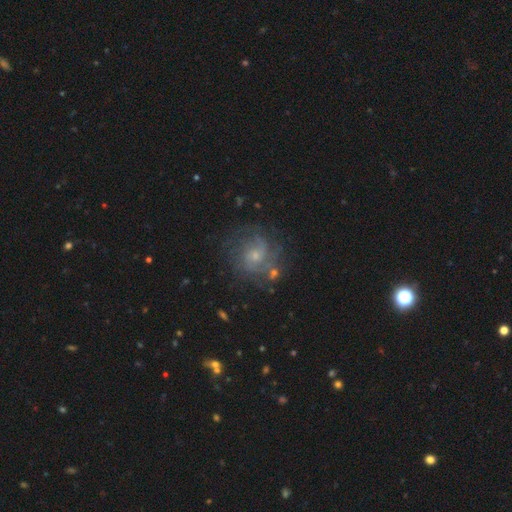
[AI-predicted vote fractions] Smooth or featured: featured or disk — 74% (smooth — 15%)
Edge-on disk: no — 98% (yes — 2%)
Bar: no — 69% (weak — 27%)
Spiral arms: yes — 90% (no — 10%)
Spiral winding: tight — 44% (medium — 41%)
Spiral arm count: can't tell — 36% (2 — 23%)
Bulge size: small — 66% (moderate — 27%)
Merging: none — 68% (minor disturbance — 17%)